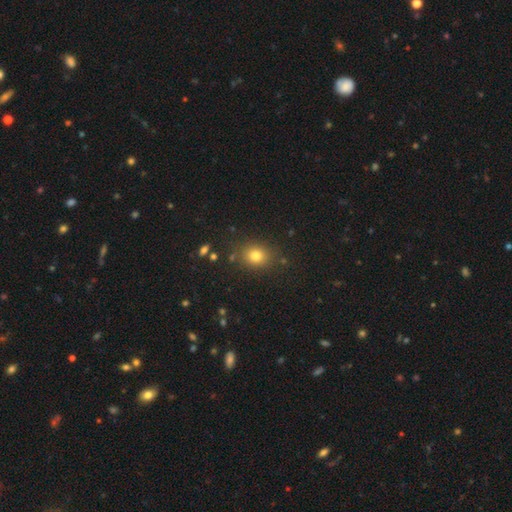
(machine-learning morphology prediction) Q: Smooth or featured?
A: smooth (79%); runner-up: star or artifact (14%)
Q: How rounded?
A: round (61%); runner-up: in between (38%)
Q: Merging?
A: none (83%); runner-up: minor disturbance (11%)